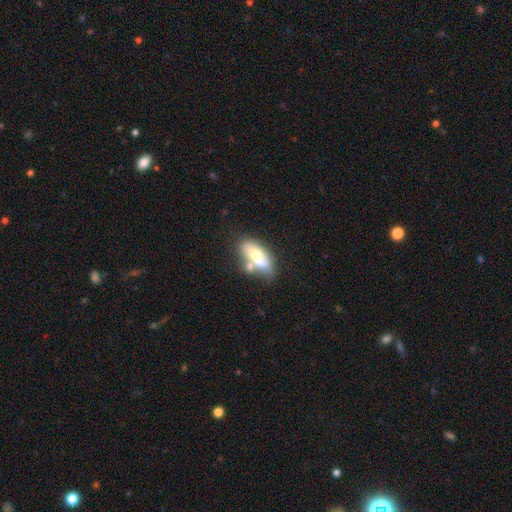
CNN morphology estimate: type=smooth (59%); roundness=in between (79%); merging=none (44%).